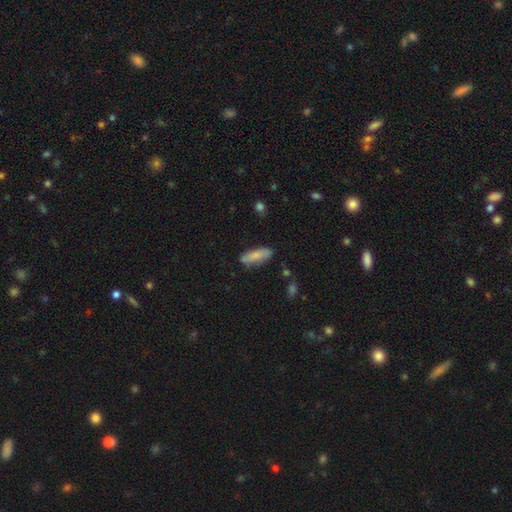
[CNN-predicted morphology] smooth 80%, featured or disk 14%, star or artifact 6%. Down the decision tree: how rounded — in between (51%); merging — none (82%).